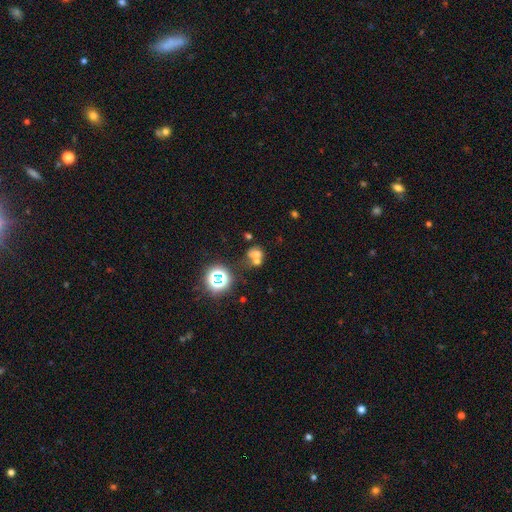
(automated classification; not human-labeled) Morphology: type=smooth (52%); roundness=round (55%); merging=merger (54%).